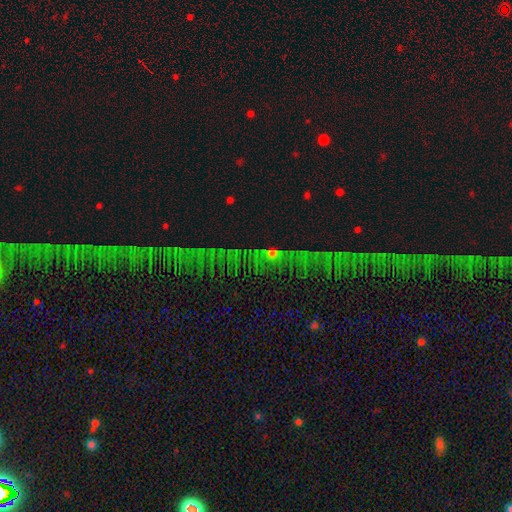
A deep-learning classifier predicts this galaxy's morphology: smooth-or-featured: star or artifact: 74% | featured or disk: 15% | smooth: 10%